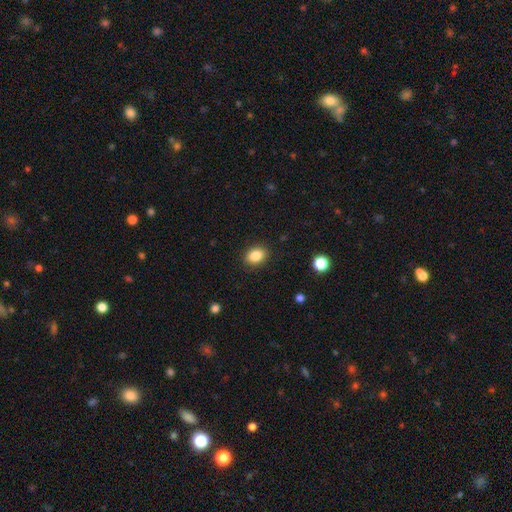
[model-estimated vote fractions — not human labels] smooth_or_featured: smooth (p=0.86) [alt: star or artifact p=0.09]
how_rounded: in between (p=0.68) [alt: round p=0.30]
merging: none (p=0.89) [alt: minor disturbance p=0.08]